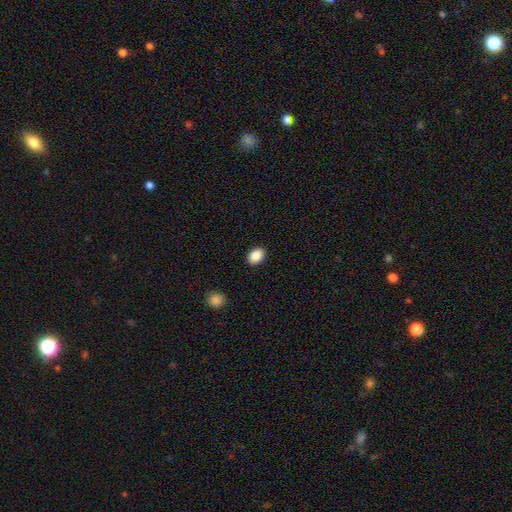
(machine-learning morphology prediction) Q: Smooth or featured?
A: smooth (88%); runner-up: star or artifact (8%)
Q: How rounded?
A: in between (70%); runner-up: round (29%)
Q: Merging?
A: none (90%); runner-up: minor disturbance (7%)